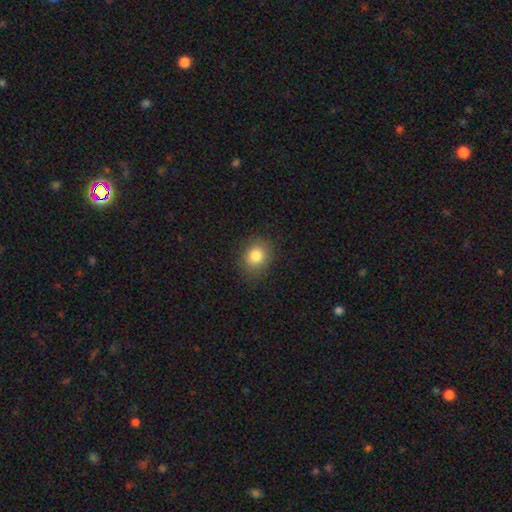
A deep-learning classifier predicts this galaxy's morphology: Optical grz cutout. It shows a smooth galaxy with no disk features (82%) that is round (60%). Merging: none (85%).